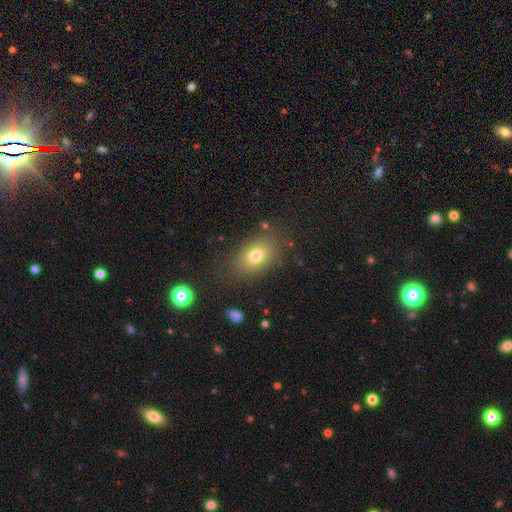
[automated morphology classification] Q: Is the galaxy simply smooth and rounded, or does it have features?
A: smooth — 75%.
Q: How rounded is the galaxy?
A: in between — 81%.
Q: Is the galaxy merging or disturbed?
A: none — 80%.